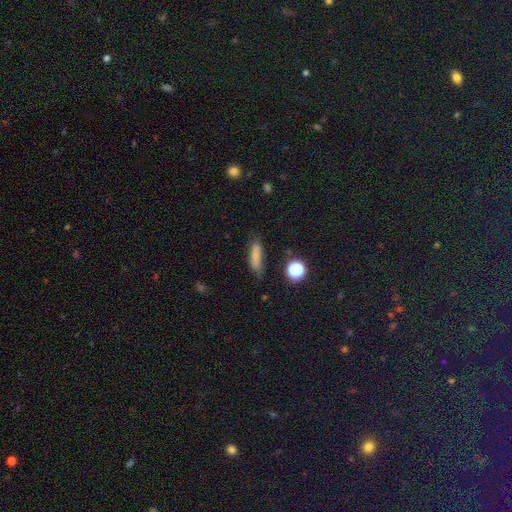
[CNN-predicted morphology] Overall: smooth (75%). How rounded: cigar-shaped (62%; in between 33%). Merging: none (63%; minor disturbance 25%).